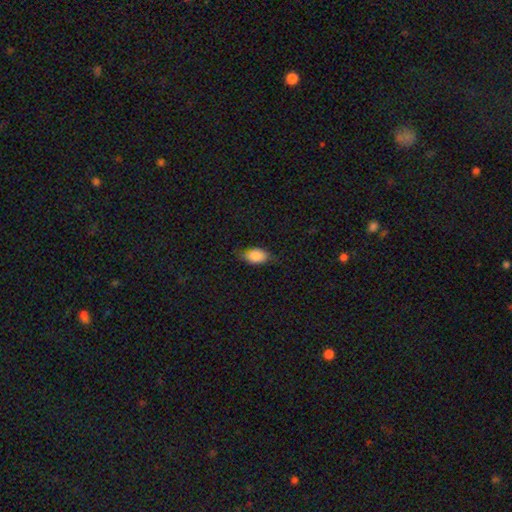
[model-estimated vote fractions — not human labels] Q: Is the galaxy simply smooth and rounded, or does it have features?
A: smooth — 82%.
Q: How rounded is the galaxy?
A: in between — 86%.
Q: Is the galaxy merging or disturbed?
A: none — 66%.